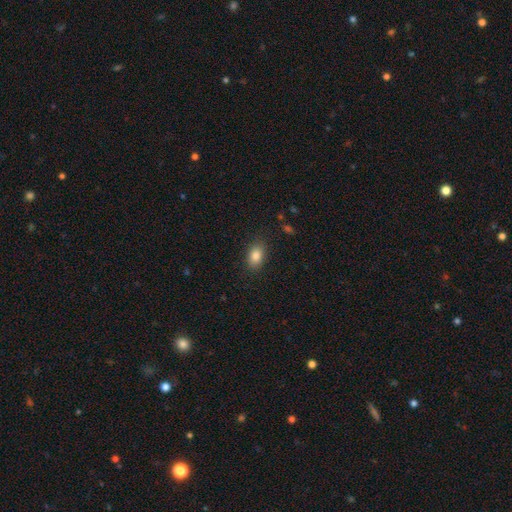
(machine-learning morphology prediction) Overall: smooth (83%). How rounded: in between (85%). Merging: none (85%).